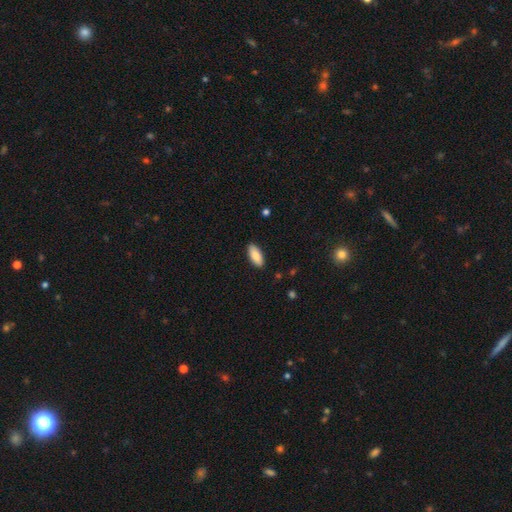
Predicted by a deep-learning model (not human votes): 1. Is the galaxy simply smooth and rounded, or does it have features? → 86% smooth, 8% featured or disk, 6% star or artifact.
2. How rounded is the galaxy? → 86% in between, 13% cigar-shaped, 2% round.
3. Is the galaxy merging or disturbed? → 89% none, 8% minor disturbance, 2% major disturbance, 1% merger.